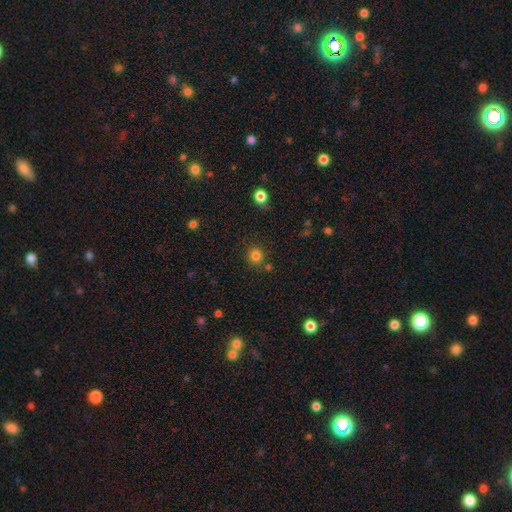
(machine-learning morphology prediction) smooth 82%, star or artifact 13%, featured or disk 5%. Down the decision tree: how rounded — round (91%); merging — none (83%).